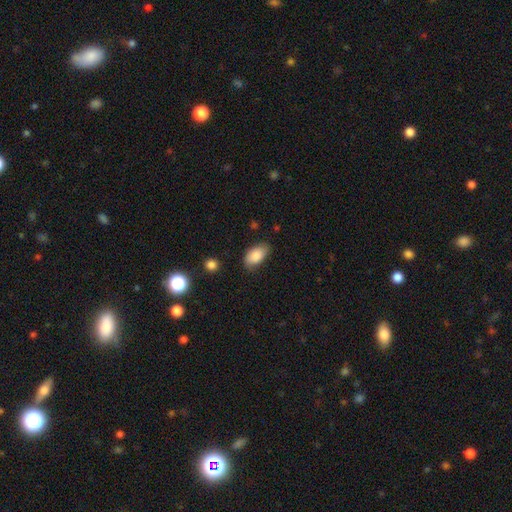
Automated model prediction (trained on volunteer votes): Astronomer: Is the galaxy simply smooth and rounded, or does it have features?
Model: smooth — 86%.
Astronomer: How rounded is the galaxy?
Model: in between — 94%.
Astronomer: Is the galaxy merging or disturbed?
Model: none — 77%.